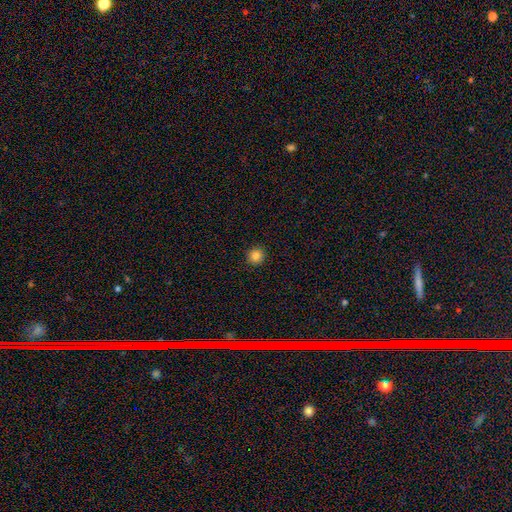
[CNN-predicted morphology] smooth-or-featured: smooth: 84% | star or artifact: 12% | featured or disk: 5%
  how-rounded: round: 95% | in between: 4% | cigar-shaped: 1%
  merging: none: 93% | minor disturbance: 5% | major disturbance: 2% | merger: 1%